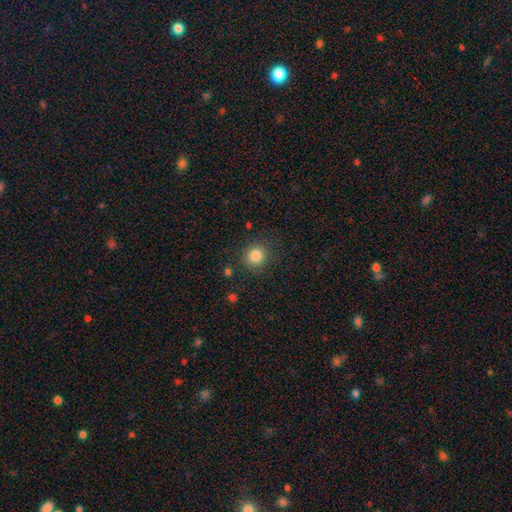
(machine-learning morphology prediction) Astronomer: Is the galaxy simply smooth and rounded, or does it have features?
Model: smooth — 84%.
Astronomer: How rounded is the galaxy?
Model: round — 89%.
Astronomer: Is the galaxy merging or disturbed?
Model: none — 86%.